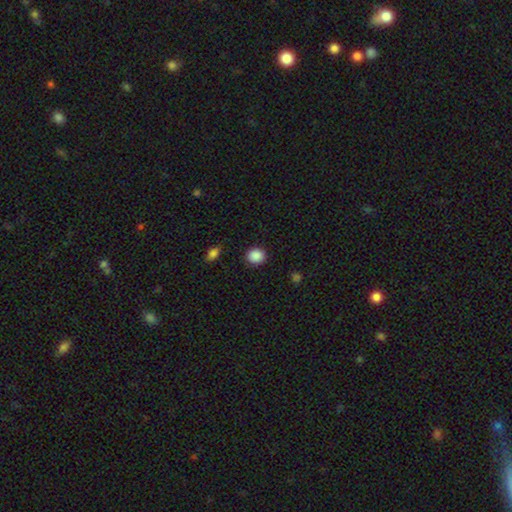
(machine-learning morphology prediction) smooth-or-featured: smooth: 89% | star or artifact: 9% | featured or disk: 3%
  how-rounded: round: 79% | in between: 20% | cigar-shaped: 1%
  merging: none: 89% | minor disturbance: 8% | major disturbance: 2% | merger: 1%